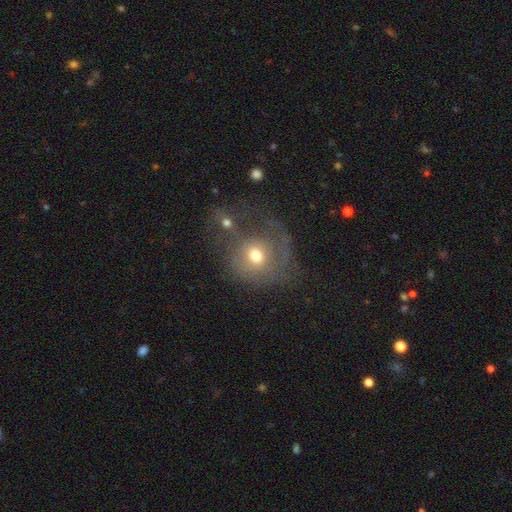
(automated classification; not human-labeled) This appears to be a smooth galaxy with no disk features (52%) that is round (81%). Merging: major disturbance (35%).